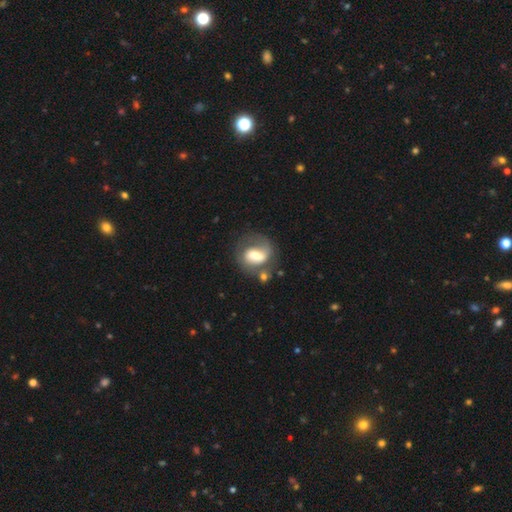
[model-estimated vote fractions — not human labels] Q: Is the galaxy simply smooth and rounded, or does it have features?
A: featured or disk — 53%.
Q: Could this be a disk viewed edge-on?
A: no — 95%.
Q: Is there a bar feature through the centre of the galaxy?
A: weak — 41%.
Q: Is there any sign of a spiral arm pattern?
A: yes — 67%.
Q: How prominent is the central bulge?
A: moderate — 51%.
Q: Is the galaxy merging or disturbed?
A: none — 50%.